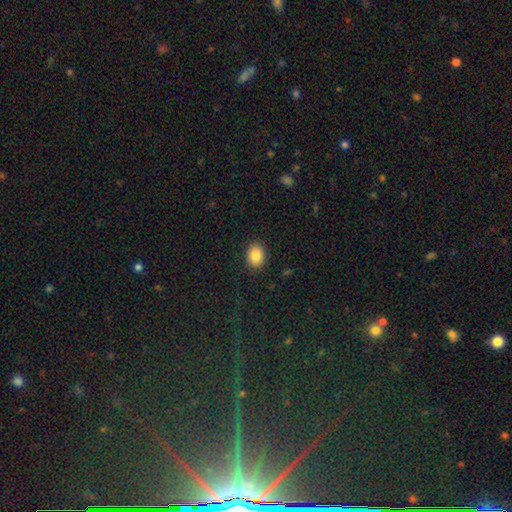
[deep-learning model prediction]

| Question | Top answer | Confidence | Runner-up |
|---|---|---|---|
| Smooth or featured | smooth | 86% | star or artifact (8%) |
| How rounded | in between | 60% | round (39%) |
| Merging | none | 89% | minor disturbance (8%) |